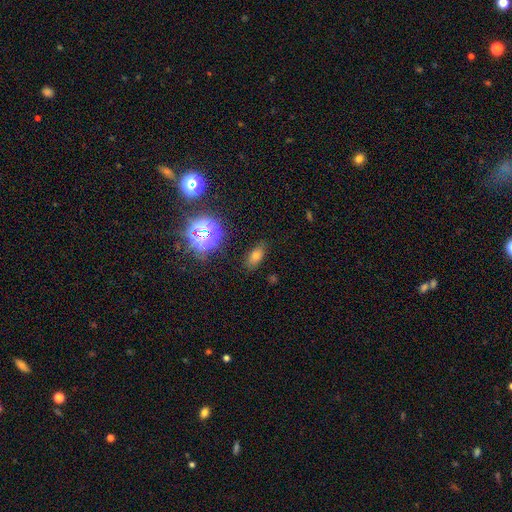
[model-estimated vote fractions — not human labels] Smooth or featured?
  - smooth: 61% *
  - star or artifact: 28%
  - featured or disk: 11%
How rounded?
  - in between: 83% *
  - round: 10%
  - cigar-shaped: 7%
Merging?
  - none: 84% *
  - minor disturbance: 11%
  - major disturbance: 3%
  - merger: 2%